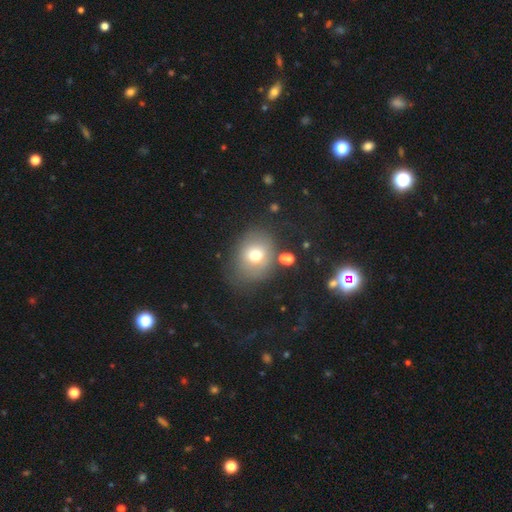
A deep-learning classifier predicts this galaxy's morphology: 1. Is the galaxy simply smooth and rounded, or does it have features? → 68% smooth, 19% featured or disk, 13% star or artifact.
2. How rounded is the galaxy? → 57% round, 42% in between, 1% cigar-shaped.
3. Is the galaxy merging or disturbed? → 64% none, 19% minor disturbance, 11% major disturbance, 5% merger.